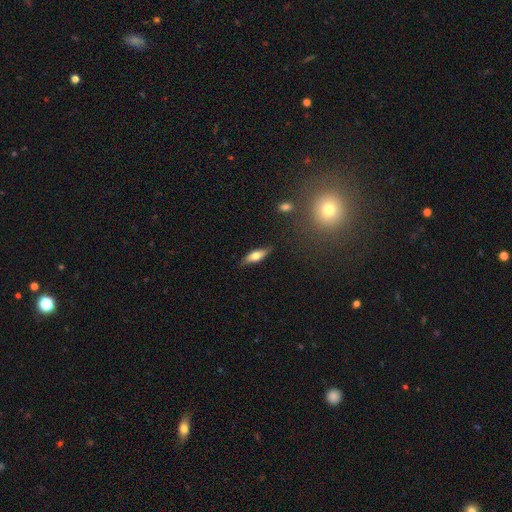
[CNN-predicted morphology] smooth 64%, featured or disk 29%, star or artifact 7%. Down the decision tree: how rounded — in between (64%); merging — none (82%).